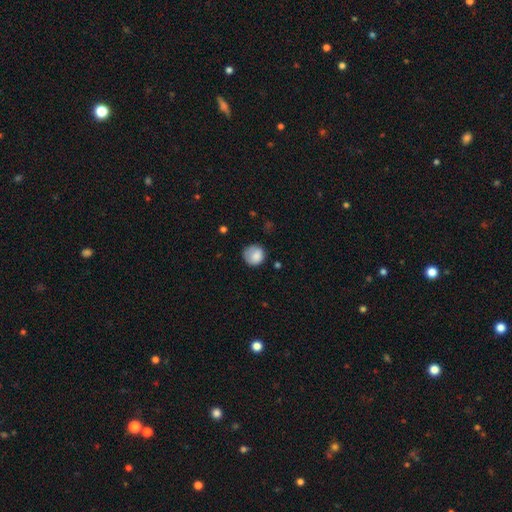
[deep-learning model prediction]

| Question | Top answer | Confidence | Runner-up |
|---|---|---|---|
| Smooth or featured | smooth | 83% | featured or disk (9%) |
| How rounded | round | 86% | in between (13%) |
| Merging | none | 65% | minor disturbance (25%) |